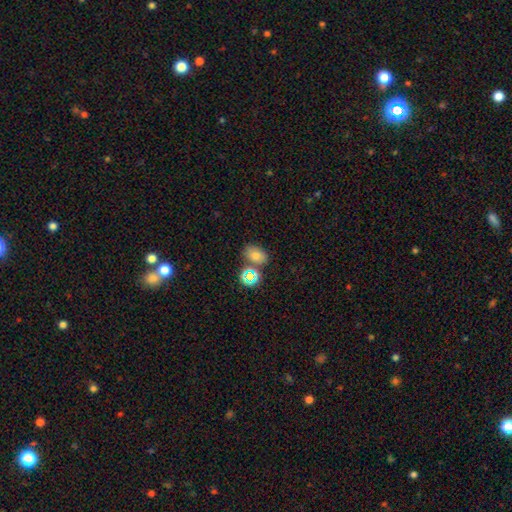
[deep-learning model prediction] smooth 72%, star or artifact 19%, featured or disk 9%. Down the decision tree: how rounded — in between (77%); merging — none (69%).